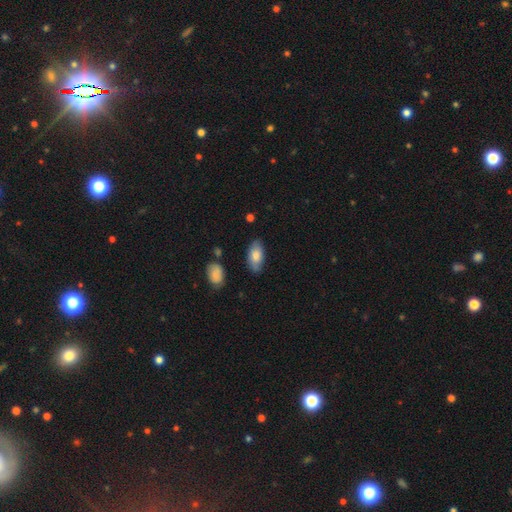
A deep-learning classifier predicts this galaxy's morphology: Overall: smooth (81%). How rounded: in between (93%). Merging: none (80%).